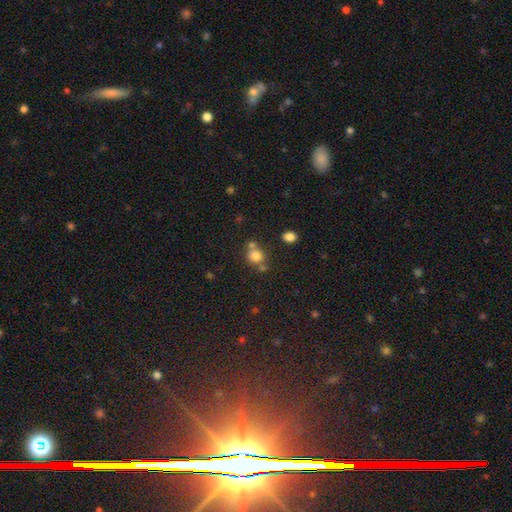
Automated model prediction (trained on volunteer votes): Smooth or featured?
  - smooth: 78% *
  - star or artifact: 14%
  - featured or disk: 8%
How rounded?
  - round: 83% *
  - in between: 16%
  - cigar-shaped: 1%
Merging?
  - none: 57% *
  - merger: 28%
  - minor disturbance: 11%
  - major disturbance: 4%